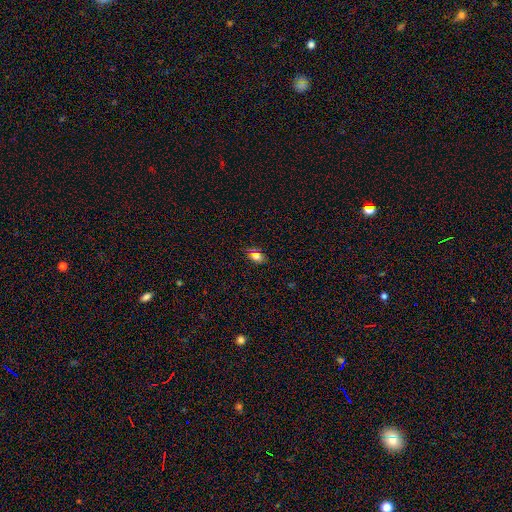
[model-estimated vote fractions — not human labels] Morphology: type=smooth (69%); roundness=in between (78%); merging=none (81%).